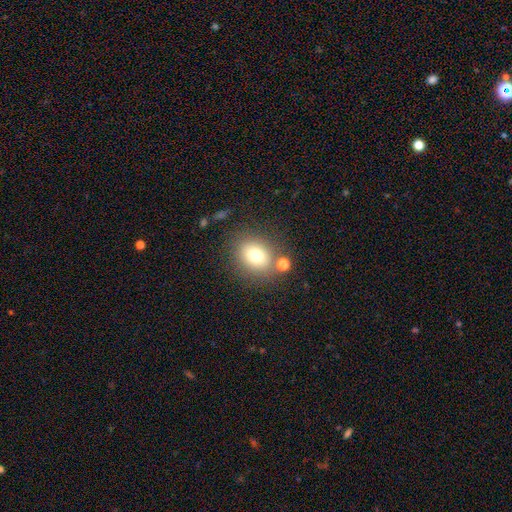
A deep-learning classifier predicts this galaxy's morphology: smooth 76%, star or artifact 12%, featured or disk 12%. Down the decision tree: how rounded — round (56%); merging — none (75%).